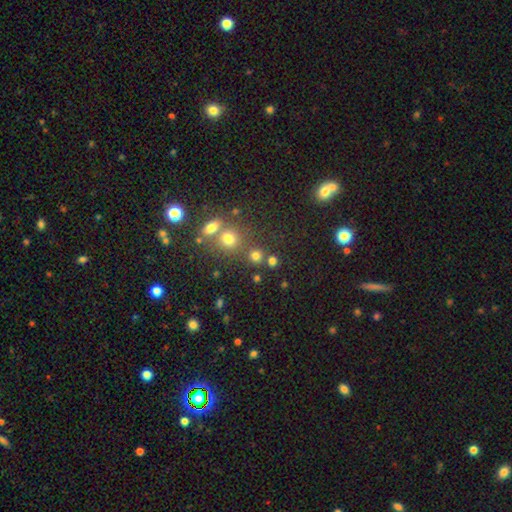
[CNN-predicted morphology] Smooth or featured? smooth (75%)
How rounded? round (86%)
Merging? none (67%)